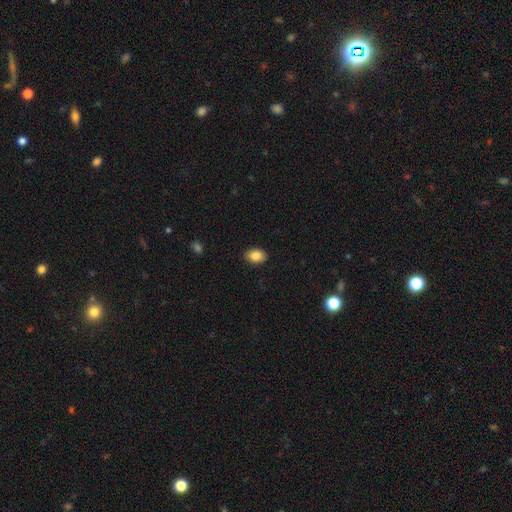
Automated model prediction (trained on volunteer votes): smooth_or_featured: smooth (p=0.86) [alt: star or artifact p=0.08]
how_rounded: in between (p=0.84) [alt: round p=0.15]
merging: none (p=0.89) [alt: minor disturbance p=0.08]